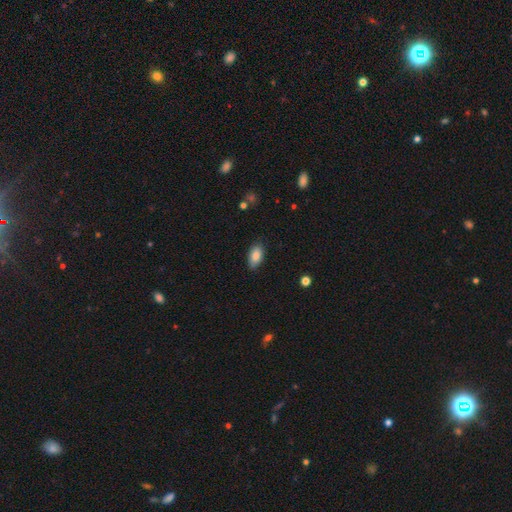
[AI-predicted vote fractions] Smooth or featured? Predicted: smooth (p=0.83). How rounded? Predicted: in between (p=0.92). Merging? Predicted: none (p=0.83).